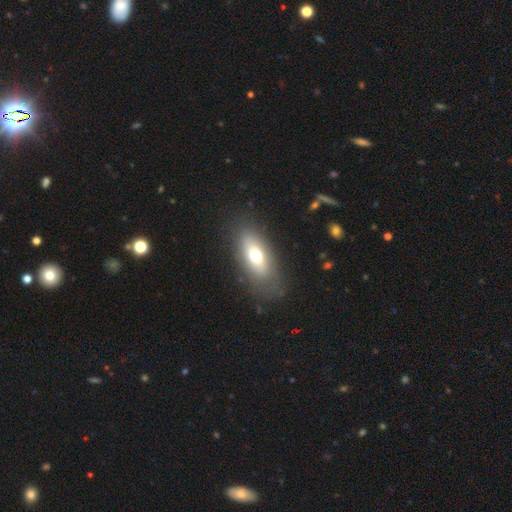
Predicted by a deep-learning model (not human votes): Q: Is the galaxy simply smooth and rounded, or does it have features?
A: smooth — 63%.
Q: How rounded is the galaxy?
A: in between — 81%.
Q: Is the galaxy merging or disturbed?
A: none — 77%.